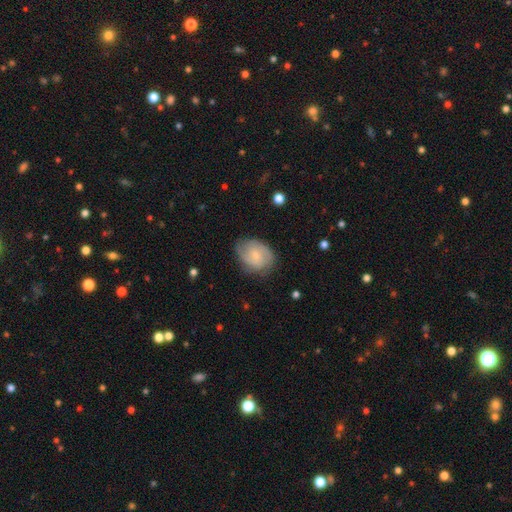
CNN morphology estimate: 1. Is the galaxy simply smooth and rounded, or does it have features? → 57% featured or disk, 37% smooth, 7% star or artifact.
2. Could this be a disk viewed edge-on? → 97% no, 3% yes.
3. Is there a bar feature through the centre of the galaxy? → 54% no, 40% weak, 6% strong.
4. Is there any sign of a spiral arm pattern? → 89% yes, 11% no.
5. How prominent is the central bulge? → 61% small, 27% moderate, 9% none, 2% large, 1% dominant.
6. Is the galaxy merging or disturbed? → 72% none, 20% minor disturbance, 6% major disturbance, 1% merger.